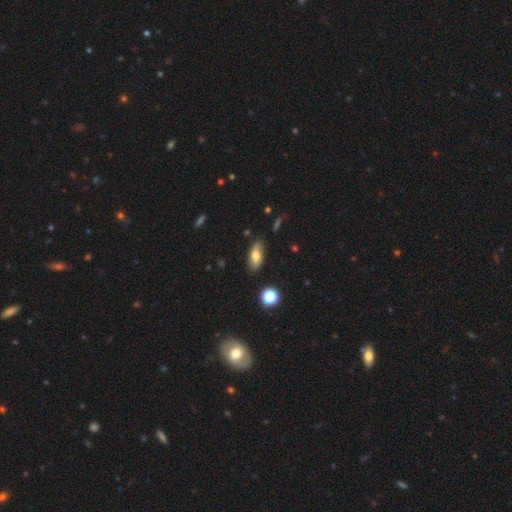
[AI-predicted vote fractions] smooth_or_featured: smooth (p=0.72) [alt: featured or disk p=0.20]
how_rounded: in between (p=0.80) [alt: cigar-shaped p=0.15]
merging: none (p=0.84) [alt: minor disturbance p=0.12]